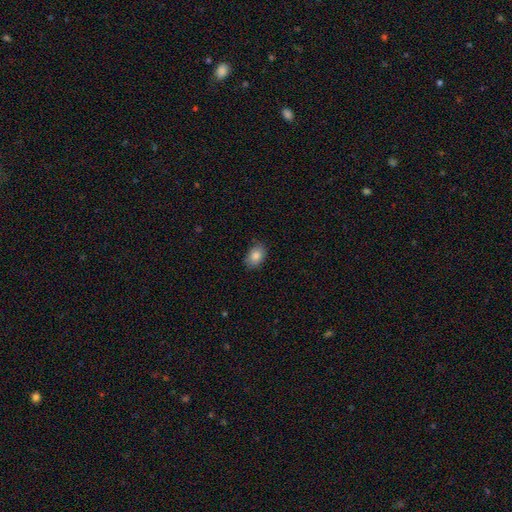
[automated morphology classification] Smooth or featured: smooth — 85% (star or artifact — 8%)
How rounded: in between — 83% (round — 15%)
Merging: none — 84% (minor disturbance — 13%)